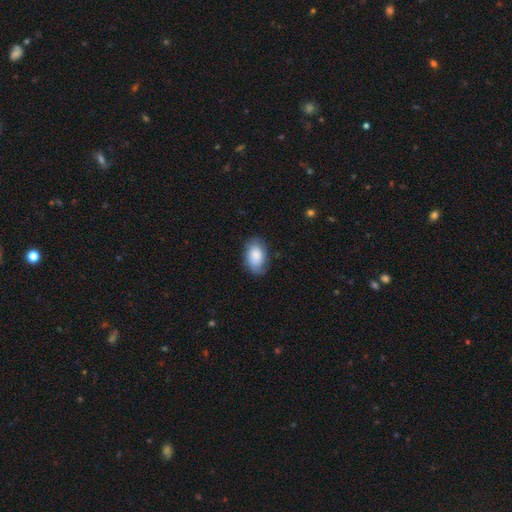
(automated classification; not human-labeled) A smooth galaxy with no disk features (79%) that is in between round and cigar-shaped (91%).

Vote fractions:
- Smooth or featured? smooth: 79% / featured or disk: 15% / star or artifact: 6%
- How rounded? in between: 91% / round: 8% / cigar-shaped: 1%
- Merging? none: 74% / minor disturbance: 20% / major disturbance: 5% / merger: 1%